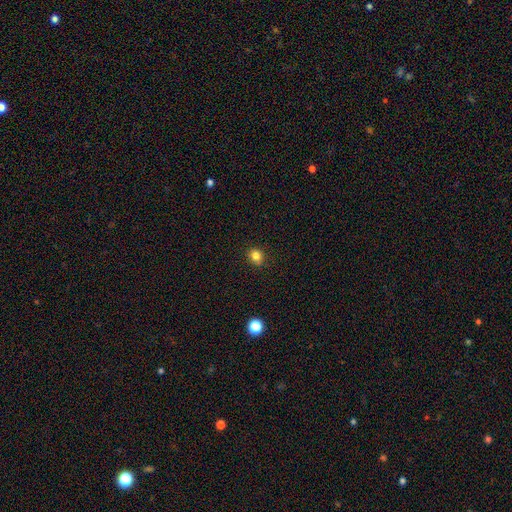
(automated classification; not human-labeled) This appears to be a smooth galaxy with no disk features (82%) that is round (76%). Merging: none (89%).